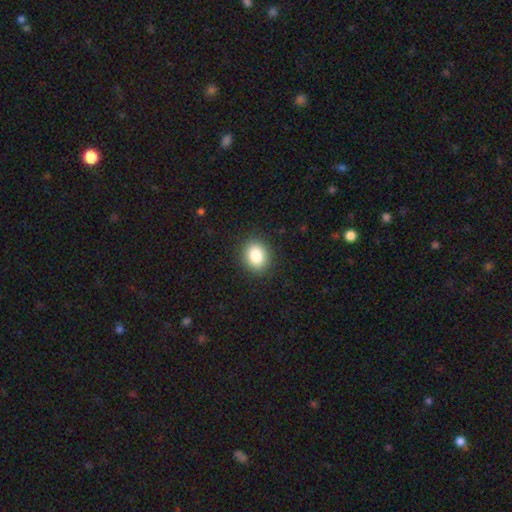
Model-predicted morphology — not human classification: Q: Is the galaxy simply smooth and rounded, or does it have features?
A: smooth — 85%.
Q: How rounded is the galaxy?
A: round — 52%.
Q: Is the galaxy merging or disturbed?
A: none — 89%.